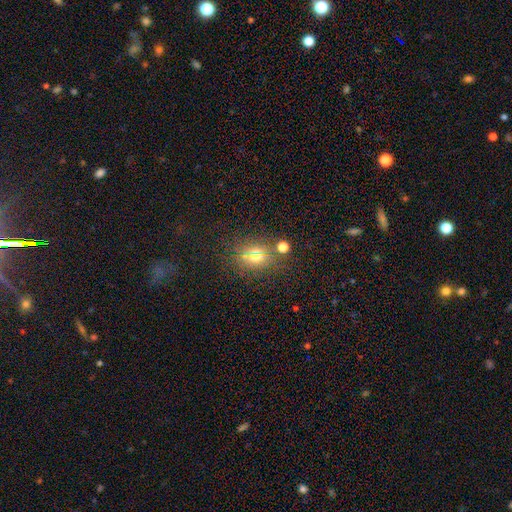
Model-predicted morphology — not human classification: smooth-or-featured: smooth: 55% | star or artifact: 24% | featured or disk: 20%
  how-rounded: round: 62% | in between: 35% | cigar-shaped: 3%
  merging: none: 70% | minor disturbance: 13% | merger: 11% | major disturbance: 6%